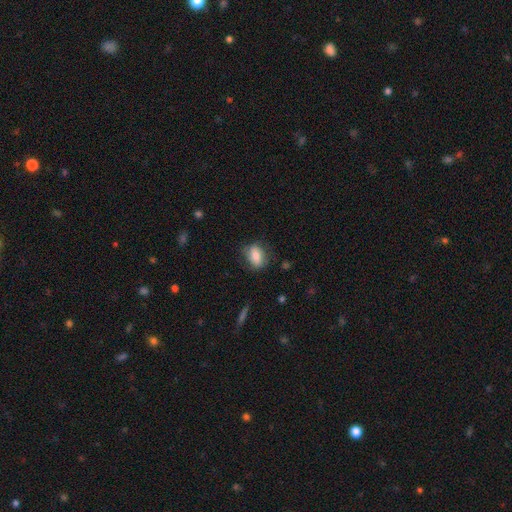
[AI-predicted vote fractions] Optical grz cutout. It shows a smooth galaxy with no disk features (70%) that is in between round and cigar-shaped (78%). Merging: none (70%).